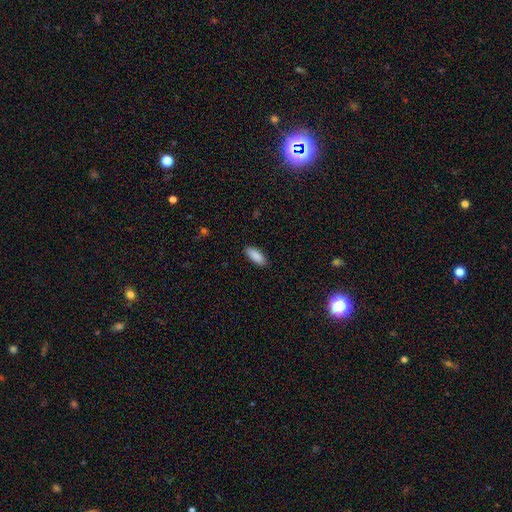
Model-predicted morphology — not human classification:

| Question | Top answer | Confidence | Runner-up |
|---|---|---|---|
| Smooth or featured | smooth | 90% | star or artifact (6%) |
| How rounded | in between | 75% | cigar-shaped (23%) |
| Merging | none | 88% | minor disturbance (9%) |